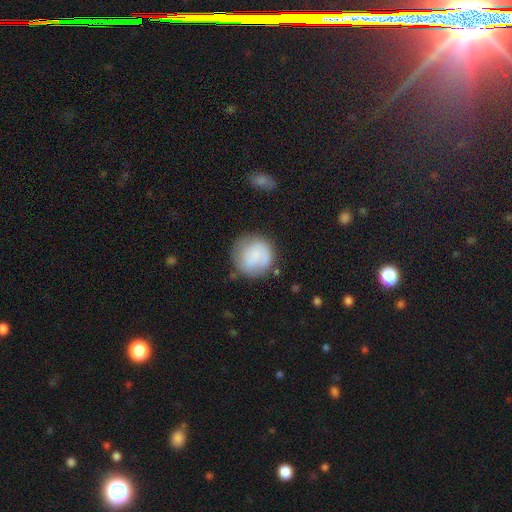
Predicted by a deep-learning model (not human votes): Smooth or featured?
  - smooth: 67% *
  - featured or disk: 26%
  - star or artifact: 7%
How rounded?
  - round: 91% *
  - in between: 8%
  - cigar-shaped: 1%
Merging?
  - none: 66% *
  - minor disturbance: 20%
  - major disturbance: 10%
  - merger: 4%